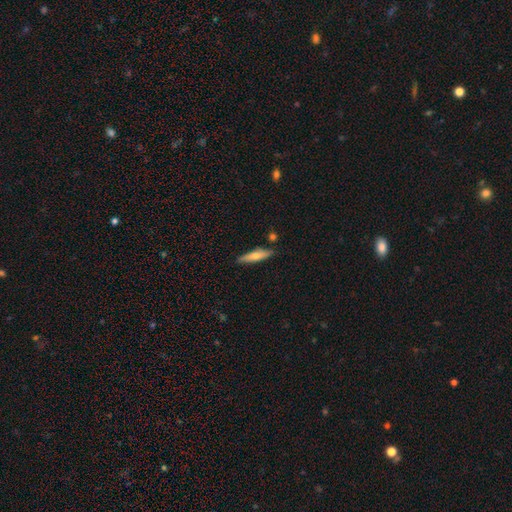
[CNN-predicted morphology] Smooth or featured? smooth (63%)
How rounded? cigar-shaped (82%)
Merging? none (82%)